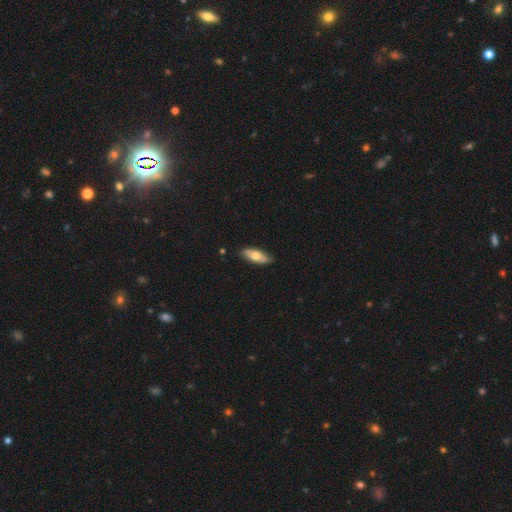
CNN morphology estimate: Overall: smooth (60%; featured or disk 35%). How rounded: in between (76%). Merging: none (84%).